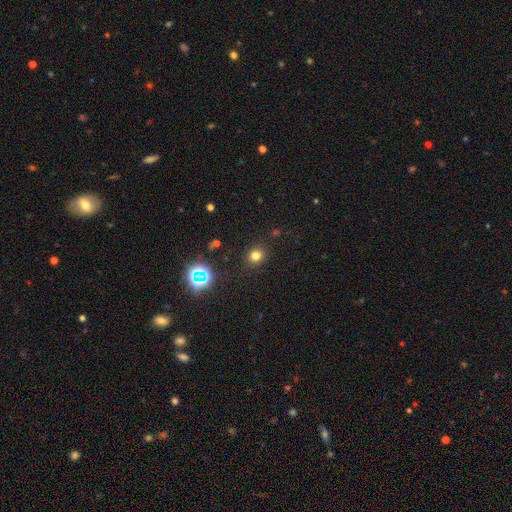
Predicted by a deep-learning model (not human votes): A smooth galaxy with no disk features (74%) that is round (77%). Merging: none (89%).